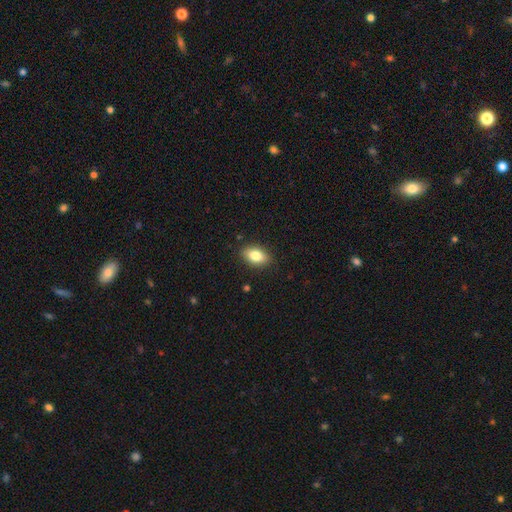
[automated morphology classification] smooth_or_featured: smooth (p=0.82) [alt: featured or disk p=0.11]
how_rounded: in between (p=0.88) [alt: round p=0.09]
merging: none (p=0.88) [alt: minor disturbance p=0.09]